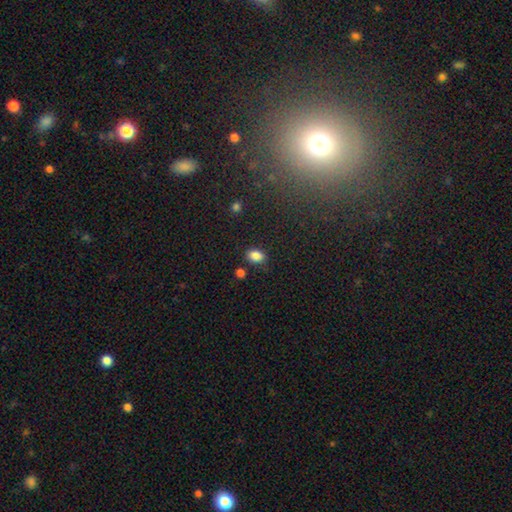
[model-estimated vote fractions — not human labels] Smooth or featured?
  - smooth: 86% *
  - star or artifact: 9%
  - featured or disk: 5%
How rounded?
  - in between: 80% *
  - round: 19%
  - cigar-shaped: 1%
Merging?
  - none: 79% *
  - minor disturbance: 13%
  - merger: 5%
  - major disturbance: 3%